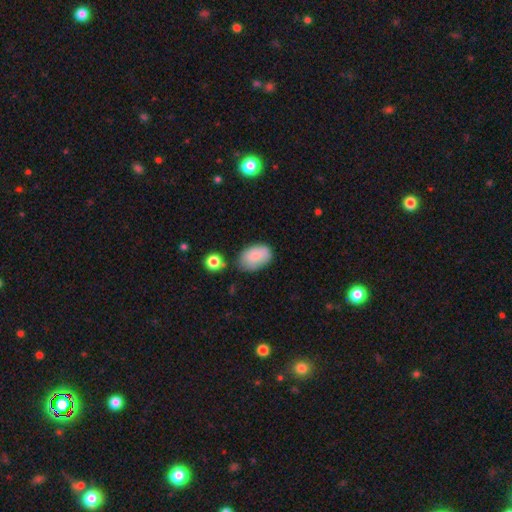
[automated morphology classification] Smooth or featured?
  - smooth: 83% *
  - featured or disk: 10%
  - star or artifact: 7%
How rounded?
  - in between: 90% *
  - round: 9%
  - cigar-shaped: 1%
Merging?
  - none: 64% *
  - minor disturbance: 24%
  - merger: 6%
  - major disturbance: 6%